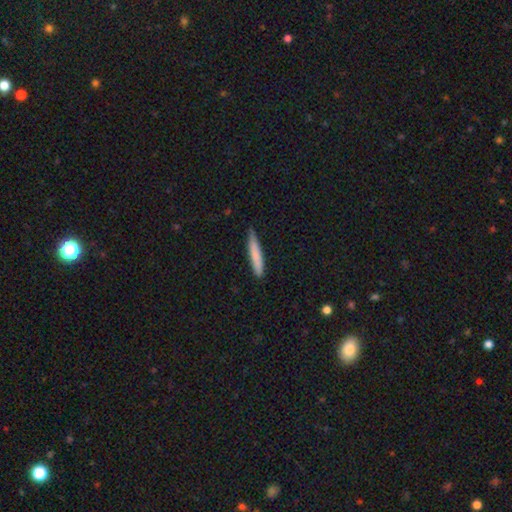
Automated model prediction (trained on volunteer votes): Smooth or featured: smooth — 77% (featured or disk — 17%)
How rounded: cigar-shaped — 93% (in between — 6%)
Merging: none — 79% (minor disturbance — 17%)